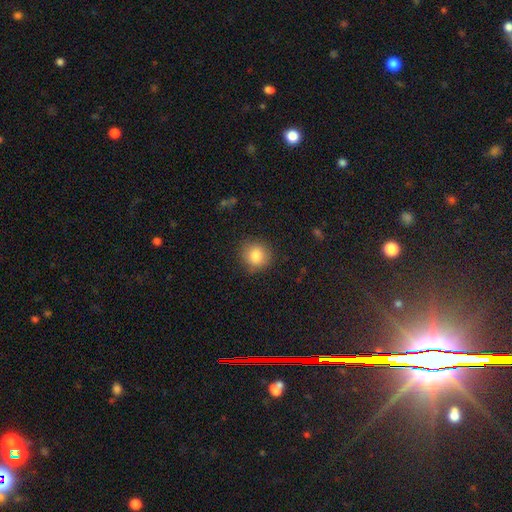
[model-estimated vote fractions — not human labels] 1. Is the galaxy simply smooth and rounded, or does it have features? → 84% smooth, 10% star or artifact, 7% featured or disk.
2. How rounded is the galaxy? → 91% round, 8% in between, 1% cigar-shaped.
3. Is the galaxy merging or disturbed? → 86% none, 10% minor disturbance, 3% major disturbance, 1% merger.